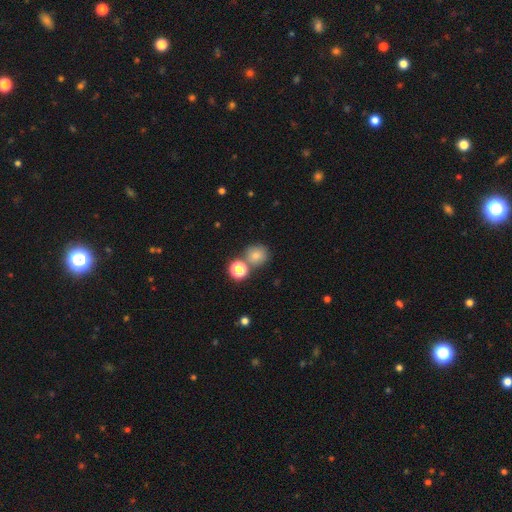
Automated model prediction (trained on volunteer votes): A smooth galaxy with no disk features (77%) that is round (86%). Merging: none (65%).